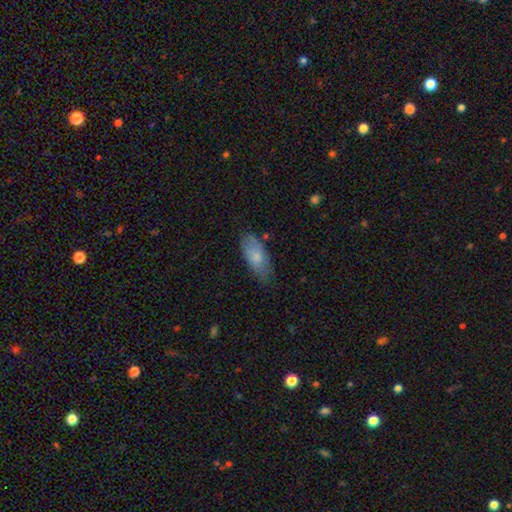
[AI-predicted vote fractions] smooth-or-featured: smooth: 75% | featured or disk: 19% | star or artifact: 6%
  how-rounded: in between: 86% | cigar-shaped: 12% | round: 2%
  merging: none: 66% | minor disturbance: 26% | major disturbance: 6% | merger: 2%